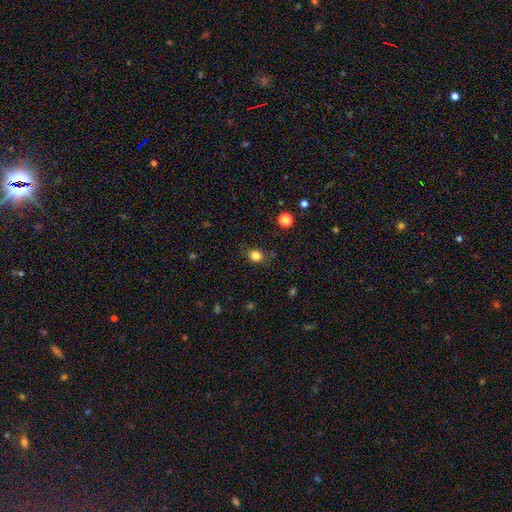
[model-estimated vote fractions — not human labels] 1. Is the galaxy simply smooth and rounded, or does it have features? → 83% smooth, 12% star or artifact, 4% featured or disk.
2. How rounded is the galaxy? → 68% round, 31% in between, 1% cigar-shaped.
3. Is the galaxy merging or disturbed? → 83% none, 12% minor disturbance, 4% major disturbance, 2% merger.